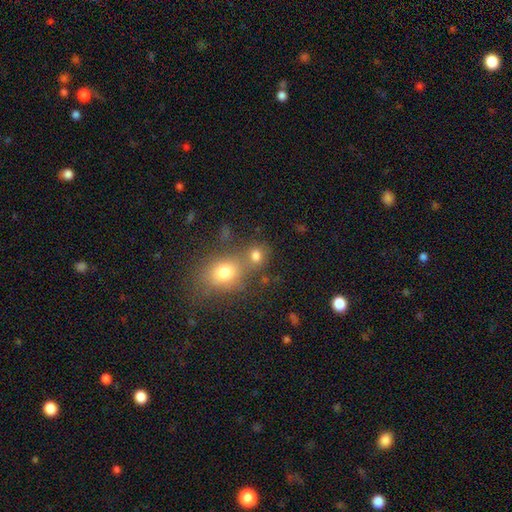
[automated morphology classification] This appears to be a smooth galaxy with no disk features (77%) that is round (69%). Merging: none (47%).